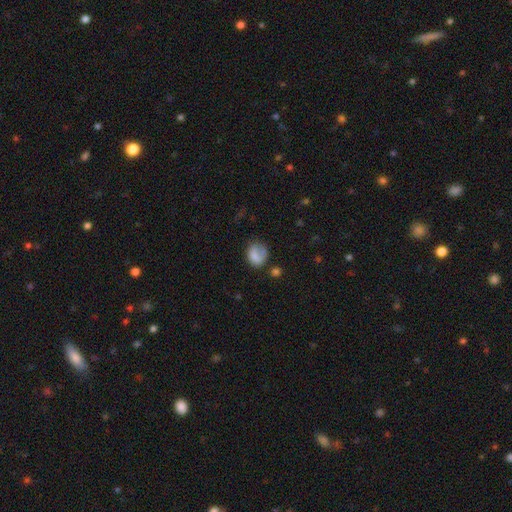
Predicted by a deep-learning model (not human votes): Smooth or featured?
  - smooth: 73% *
  - featured or disk: 17%
  - star or artifact: 10%
How rounded?
  - round: 55% *
  - in between: 44%
  - cigar-shaped: 1%
Merging?
  - none: 44% *
  - minor disturbance: 26%
  - major disturbance: 21%
  - merger: 9%